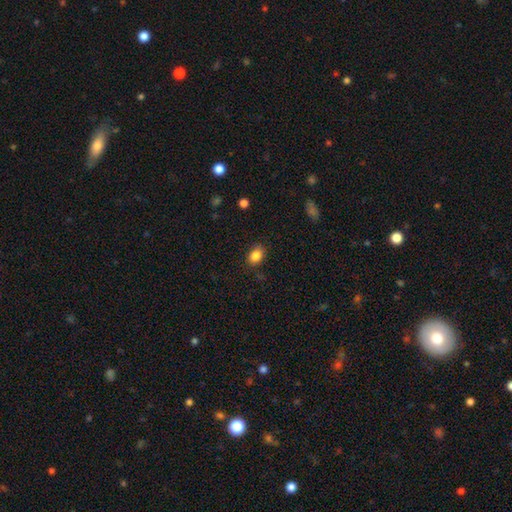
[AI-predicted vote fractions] Smooth or featured: smooth — 86% (star or artifact — 9%)
How rounded: in between — 72% (round — 27%)
Merging: none — 80% (minor disturbance — 15%)